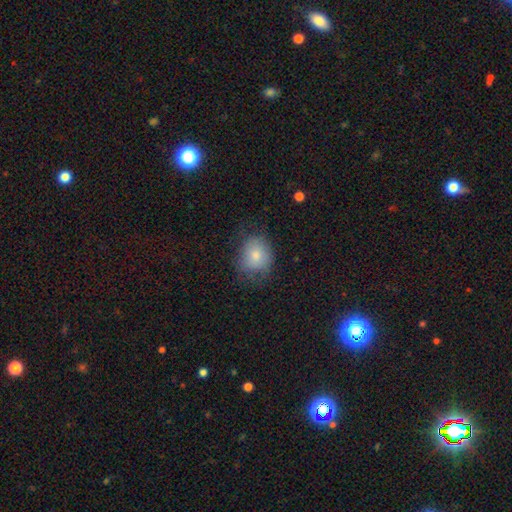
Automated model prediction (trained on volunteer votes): This appears to be a smooth galaxy with no disk features (79%) that is round (63%). Merging: none (61%).